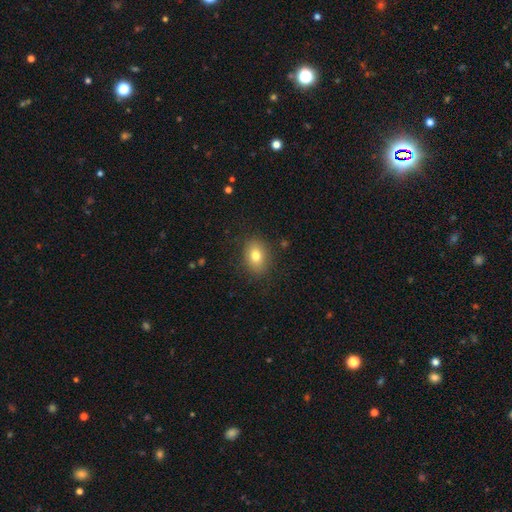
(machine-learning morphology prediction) smooth_or_featured: smooth (p=0.78) [alt: featured or disk p=0.11]
how_rounded: in between (p=0.67) [alt: round p=0.32]
merging: none (p=0.85) [alt: minor disturbance p=0.10]